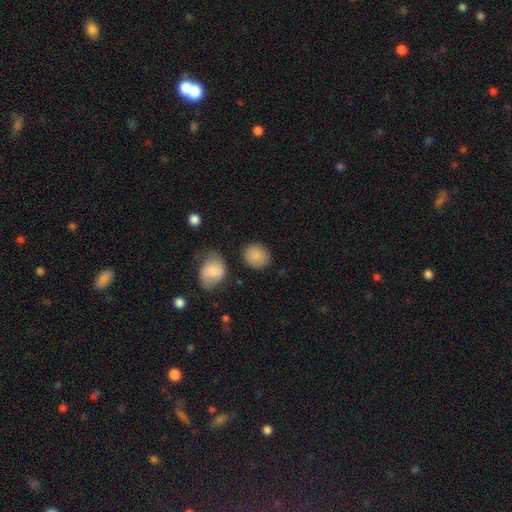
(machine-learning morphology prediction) Overall: smooth (86%). How rounded: round (74%). Merging: none (80%).